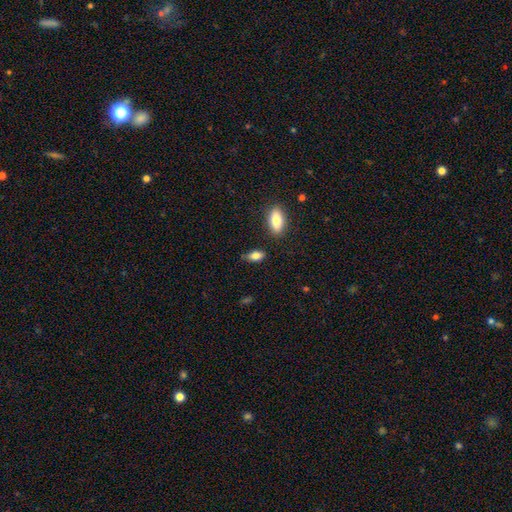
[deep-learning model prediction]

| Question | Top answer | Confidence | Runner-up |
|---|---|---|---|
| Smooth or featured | smooth | 81% | featured or disk (11%) |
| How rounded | in between | 86% | cigar-shaped (9%) |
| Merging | none | 74% | minor disturbance (18%) |